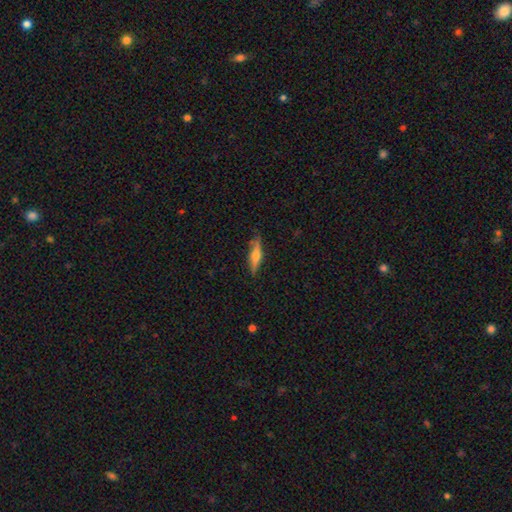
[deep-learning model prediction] Morphology: type=featured or disk (57%); edge-on=yes (95%); edge-on bulge=rounded (89%); merging=none (84%).